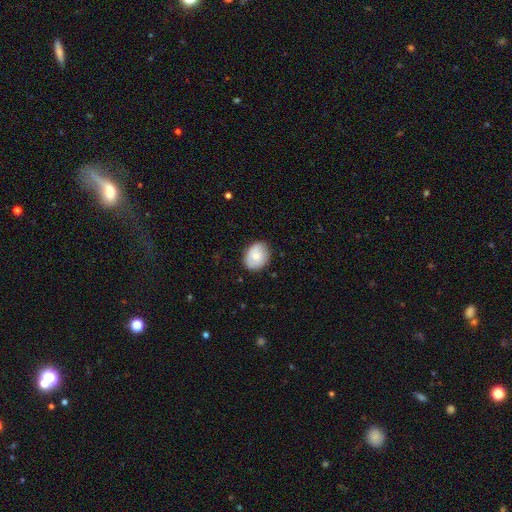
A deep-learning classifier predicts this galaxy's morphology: A smooth galaxy with no disk features (77%) that is in between round and cigar-shaped (52%). Merging: none (82%).